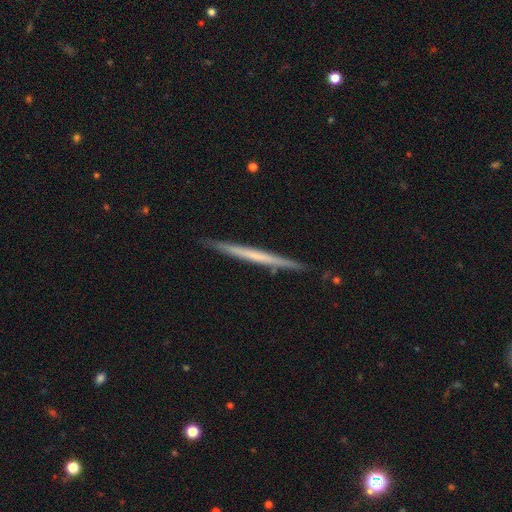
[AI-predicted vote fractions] smooth_or_featured: featured or disk (p=0.55) [alt: smooth p=0.40]
disk_edge_on: yes (p=0.97) [alt: no p=0.03]
edge_on_bulge: none (p=0.88) [alt: rounded p=0.07]
merging: none (p=0.90) [alt: minor disturbance p=0.08]